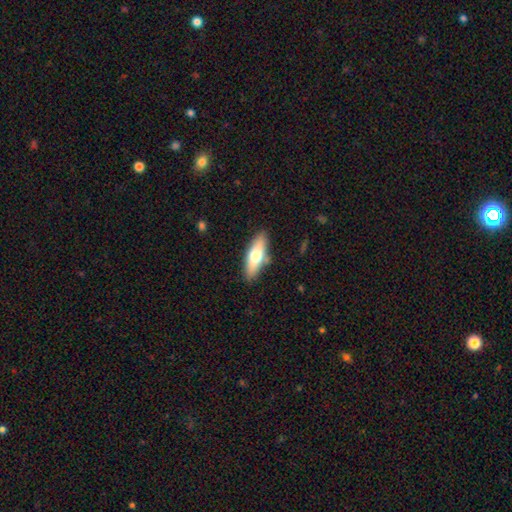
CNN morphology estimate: Smooth or featured?
  - smooth: 61% *
  - featured or disk: 33%
  - star or artifact: 6%
How rounded?
  - in between: 55% *
  - cigar-shaped: 43%
  - round: 3%
Merging?
  - none: 83% *
  - minor disturbance: 11%
  - merger: 3%
  - major disturbance: 2%